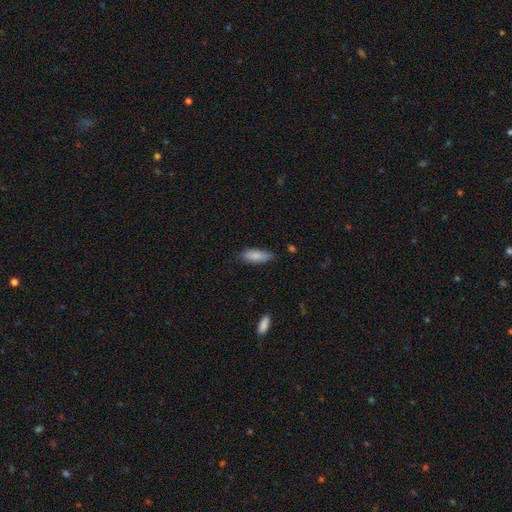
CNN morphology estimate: The model was most divided on "how rounded": in between: 73%, cigar-shaped: 25%, round: 2%. More confident: smooth or featured — smooth (85%); merging — none (75%).